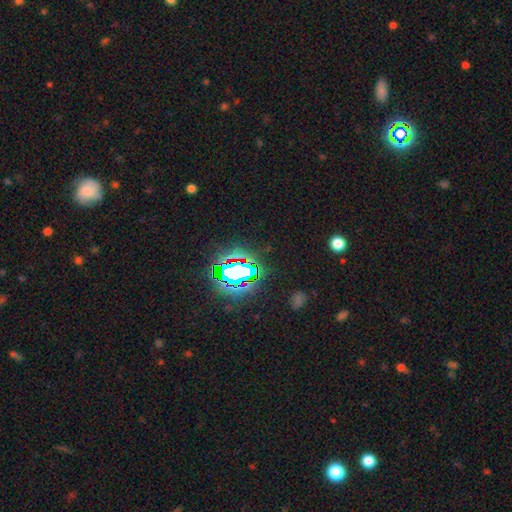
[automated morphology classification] star or artifact 76%, smooth 14%, featured or disk 9%.